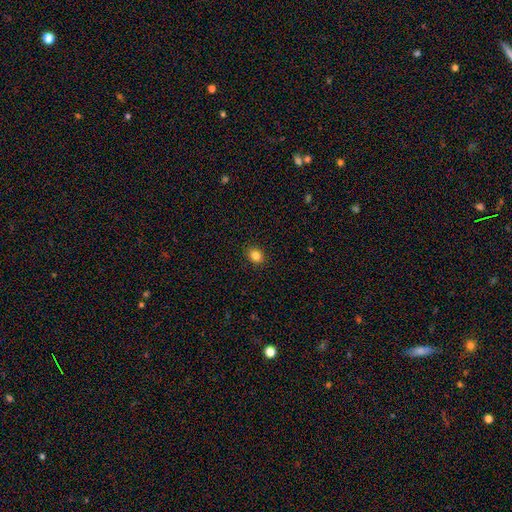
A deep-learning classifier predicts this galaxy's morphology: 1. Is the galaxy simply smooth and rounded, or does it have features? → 84% smooth, 11% star or artifact, 5% featured or disk.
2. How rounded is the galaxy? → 56% round, 43% in between, 1% cigar-shaped.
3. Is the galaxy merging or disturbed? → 90% none, 7% minor disturbance, 2% major disturbance, 1% merger.